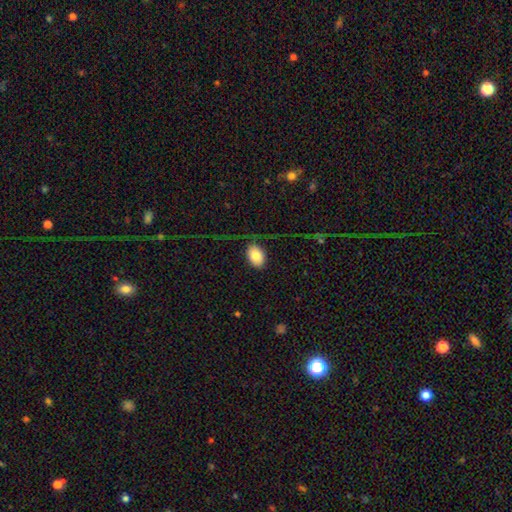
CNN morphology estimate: This is clearly a smooth galaxy (83%). How rounded: likely in between (79%). Merging: likely none (77%).